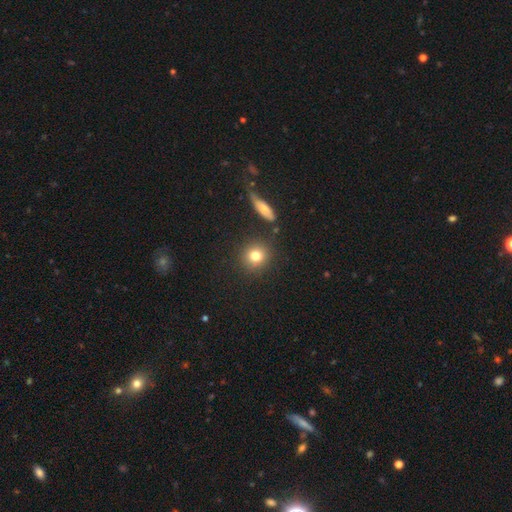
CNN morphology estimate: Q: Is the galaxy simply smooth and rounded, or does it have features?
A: smooth — 79%.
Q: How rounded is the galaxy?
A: round — 88%.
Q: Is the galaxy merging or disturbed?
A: none — 84%.